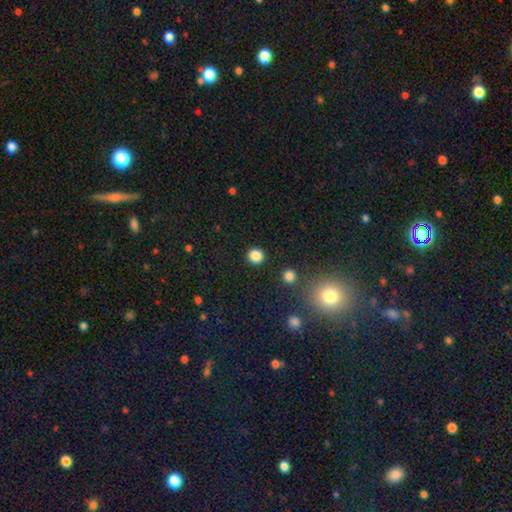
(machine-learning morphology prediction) Smooth or featured: smooth — 85% (star or artifact — 11%)
How rounded: round — 90% (in between — 9%)
Merging: none — 91% (minor disturbance — 5%)